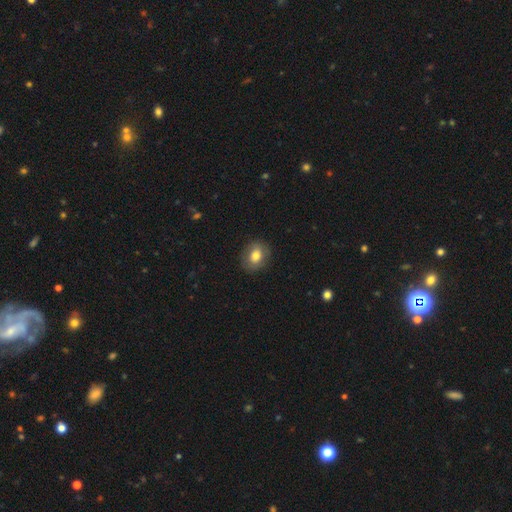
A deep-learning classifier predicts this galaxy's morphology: This appears to be a smooth galaxy with no disk features (75%) that is round (57%). Merging: none (85%).